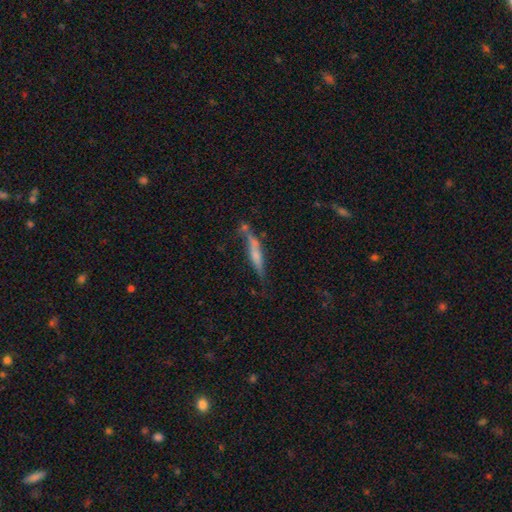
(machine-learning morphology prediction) Smooth or featured: smooth — 48% (featured or disk — 44%)
Merging: none — 56% (minor disturbance — 22%)